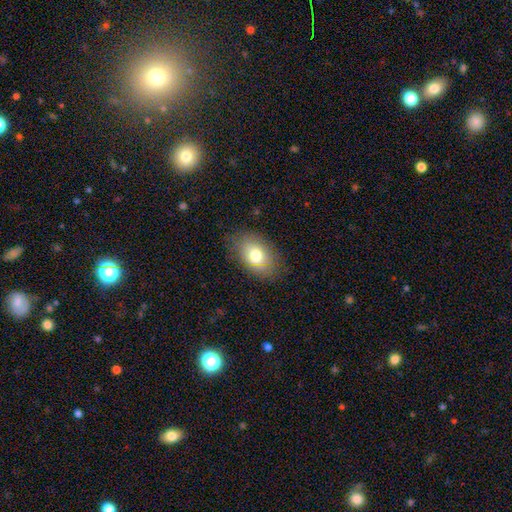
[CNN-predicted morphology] smooth_or_featured: smooth (p=0.74) [alt: featured or disk p=0.17]
how_rounded: in between (p=0.85) [alt: round p=0.14]
merging: none (p=0.79) [alt: minor disturbance p=0.15]